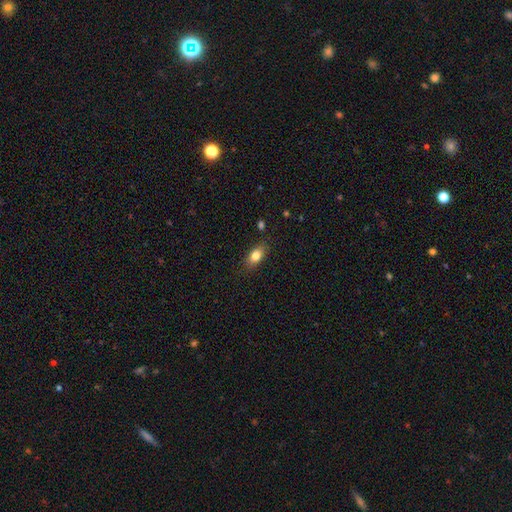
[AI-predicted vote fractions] Overall: smooth (79%). How rounded: in between (82%). Merging: none (82%).